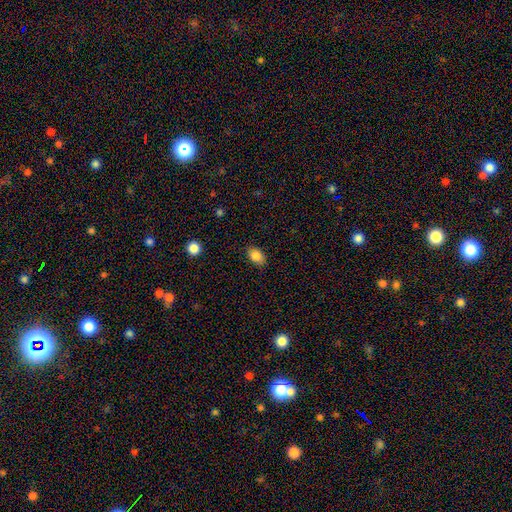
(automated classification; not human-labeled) Smooth or featured?
  - smooth: 85% *
  - star or artifact: 9%
  - featured or disk: 6%
How rounded?
  - in between: 83% *
  - round: 16%
  - cigar-shaped: 1%
Merging?
  - none: 85% *
  - minor disturbance: 12%
  - major disturbance: 3%
  - merger: 1%